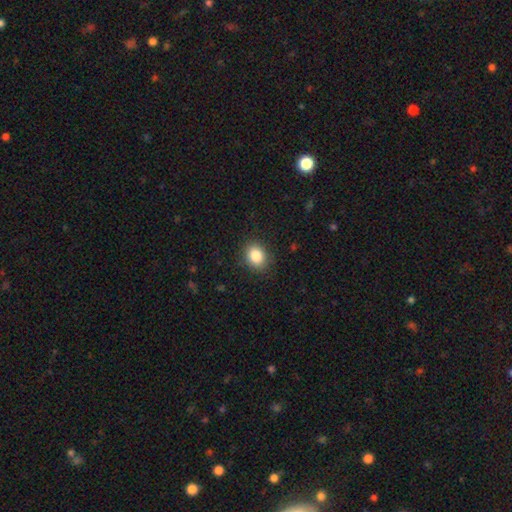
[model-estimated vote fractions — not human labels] smooth 85%, star or artifact 9%, featured or disk 6%. Down the decision tree: how rounded — in between (51%); merging — none (87%).